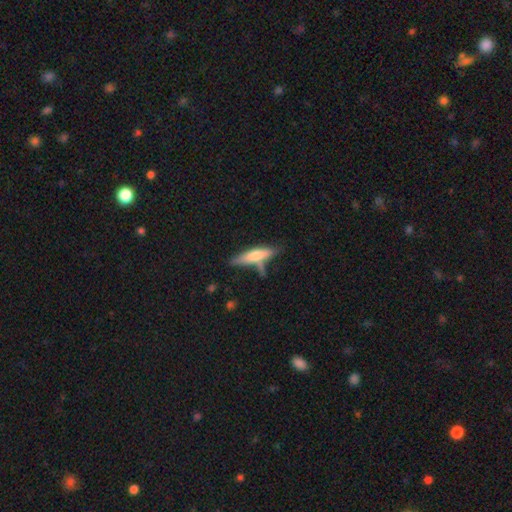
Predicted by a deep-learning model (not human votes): A smooth galaxy with no disk features (60%) that is cigar-shaped (76%). Merging: none (58%).